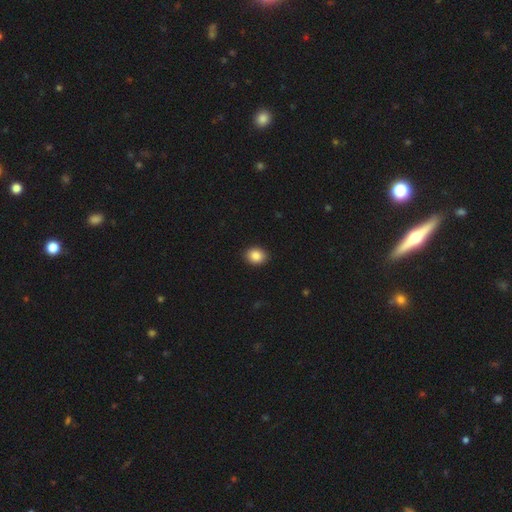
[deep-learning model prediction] This appears to be a smooth galaxy with no disk features (87%) that is round (55%). Merging: none (91%).